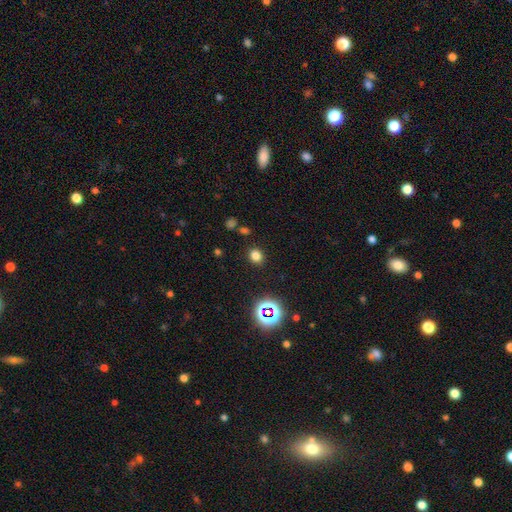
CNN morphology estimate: type=smooth (75%); roundness=round (70%); merging=none (87%).